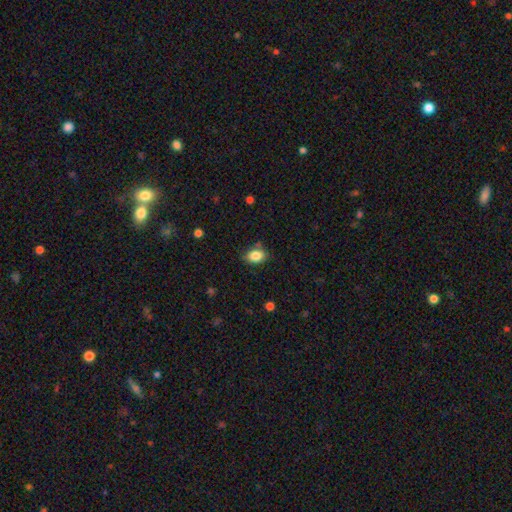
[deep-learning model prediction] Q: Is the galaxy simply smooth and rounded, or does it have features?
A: smooth — 85%.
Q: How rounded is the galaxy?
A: in between — 79%.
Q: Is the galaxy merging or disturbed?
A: none — 73%.